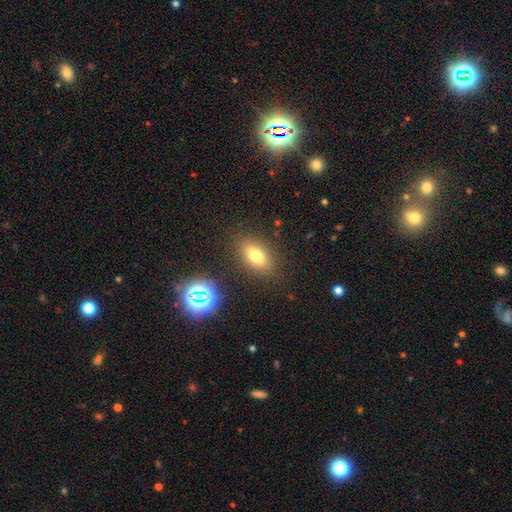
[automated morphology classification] The model was most divided on "smooth or featured": smooth: 71%, featured or disk: 15%, star or artifact: 14%. More confident: merging — none (85%); how rounded — in between (84%).